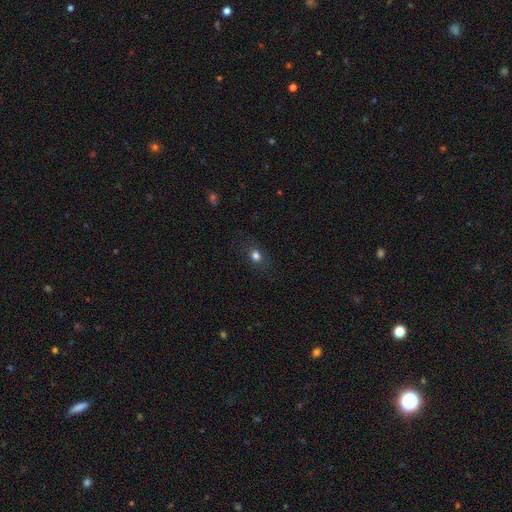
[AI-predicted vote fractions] smooth-or-featured: smooth: 75% | star or artifact: 16% | featured or disk: 9%
  how-rounded: round: 57% | in between: 40% | cigar-shaped: 3%
  merging: none: 83% | minor disturbance: 12% | major disturbance: 4% | merger: 1%